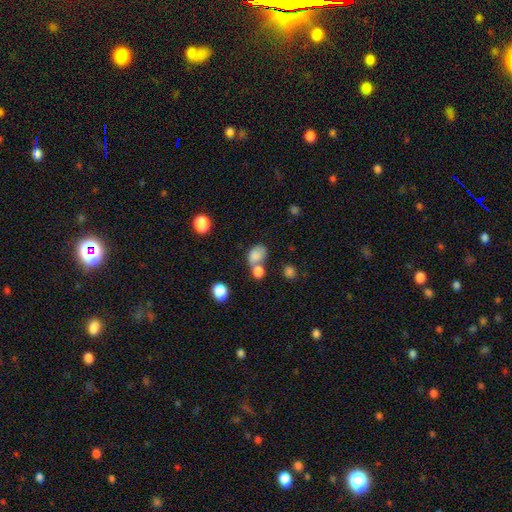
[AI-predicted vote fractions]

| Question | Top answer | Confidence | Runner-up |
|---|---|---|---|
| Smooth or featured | smooth | 78% | featured or disk (12%) |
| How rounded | in between | 70% | round (28%) |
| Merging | merger | 47% | none (28%) |